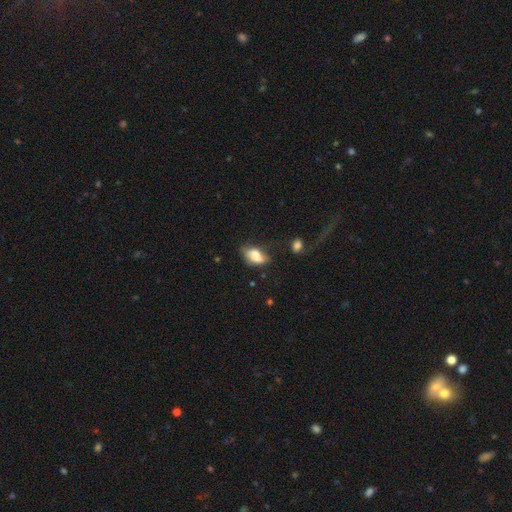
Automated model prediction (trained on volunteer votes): smooth-or-featured: smooth: 63% | featured or disk: 26% | star or artifact: 10%
  how-rounded: in between: 87% | round: 9% | cigar-shaped: 5%
  merging: none: 36% | minor disturbance: 29% | merger: 18% | major disturbance: 18%